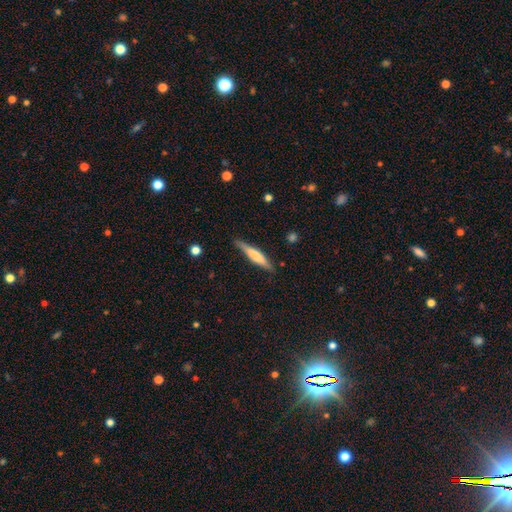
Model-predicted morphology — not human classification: smooth_or_featured: smooth (p=0.52) [alt: featured or disk p=0.42]
how_rounded: cigar-shaped (p=0.88) [alt: in between p=0.10]
merging: none (p=0.84) [alt: minor disturbance p=0.12]